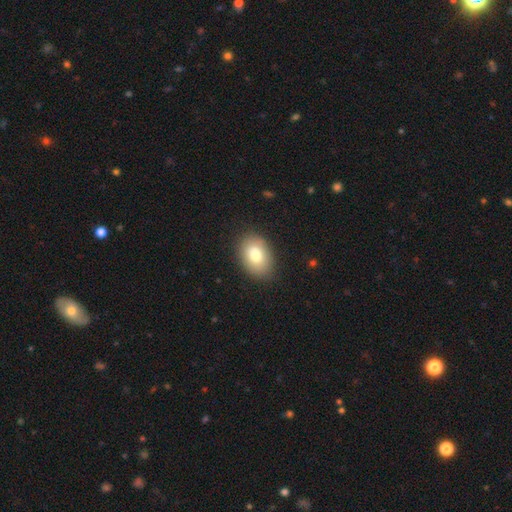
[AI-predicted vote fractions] Smooth or featured? smooth (77%)
How rounded? in between (82%)
Merging? none (83%)